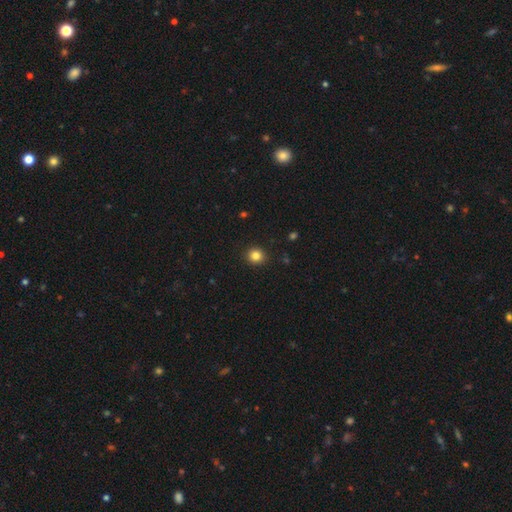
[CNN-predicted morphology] smooth_or_featured: smooth (p=0.83) [alt: star or artifact p=0.12]
how_rounded: round (p=0.90) [alt: in between p=0.09]
merging: none (p=0.92) [alt: minor disturbance p=0.05]